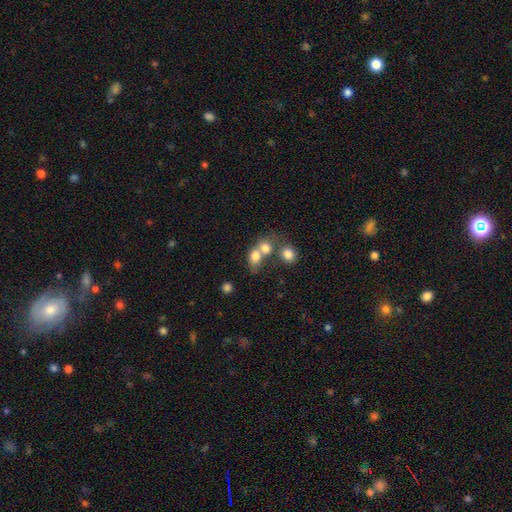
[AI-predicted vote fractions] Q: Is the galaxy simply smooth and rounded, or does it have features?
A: smooth — 74%.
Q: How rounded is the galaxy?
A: round — 50%.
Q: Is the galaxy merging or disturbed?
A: merger — 58%.